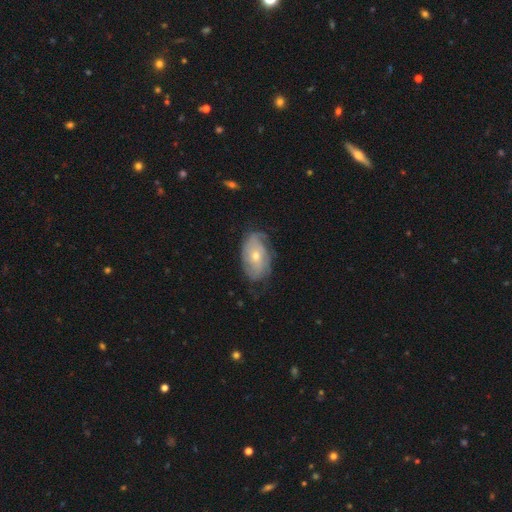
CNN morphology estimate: This is likely a featured or disk galaxy (65%). It is clearly not viewed edge-on (93%). Bar: likely no (78%). Spiral arm pattern: likely yes (80%). Central bulge: possibly moderate (49%). Merging: likely none (67%).